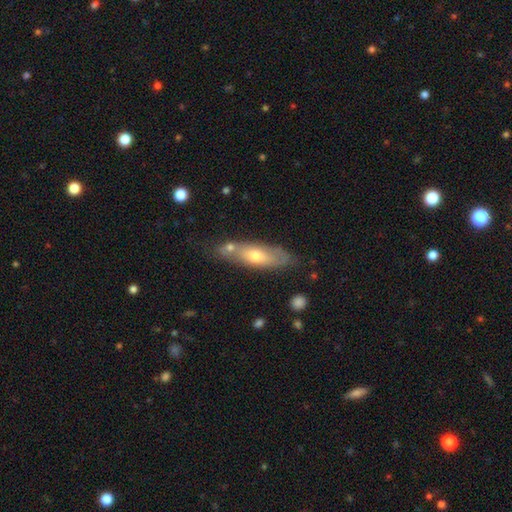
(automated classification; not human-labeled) This is possibly a smooth galaxy (55%). How rounded: possibly in between (49%). Merging: likely none (63%).